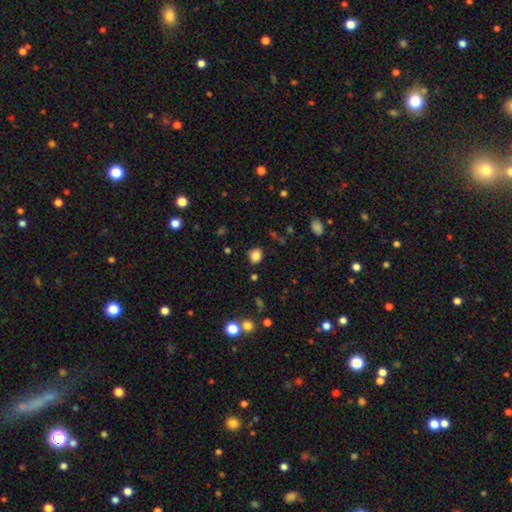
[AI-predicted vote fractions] The model was most divided on "how rounded": round: 66%, in between: 34%, cigar-shaped: 1%. More confident: merging — none (85%); smooth or featured — smooth (84%).